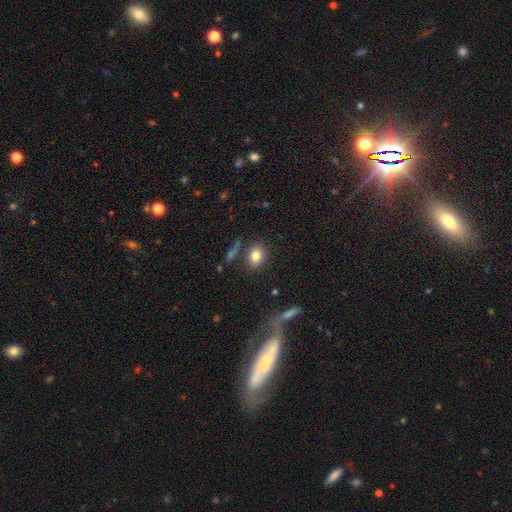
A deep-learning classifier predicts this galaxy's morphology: Smooth or featured? Predicted: smooth (p=0.81). How rounded? Predicted: in between (p=0.64). Merging? Predicted: none (p=0.80).